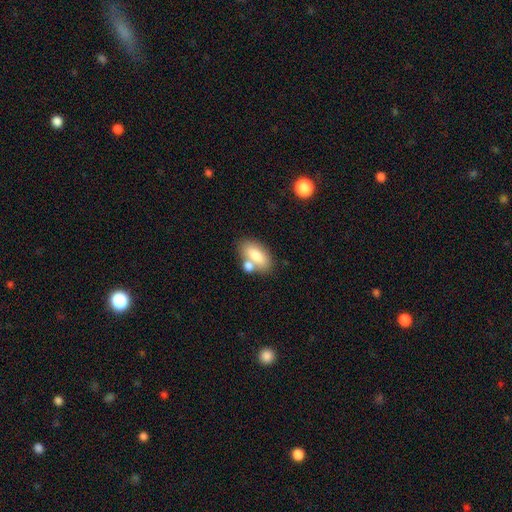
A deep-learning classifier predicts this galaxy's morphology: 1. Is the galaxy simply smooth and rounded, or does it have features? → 78% smooth, 15% featured or disk, 7% star or artifact.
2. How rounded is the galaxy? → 90% in between, 5% round, 5% cigar-shaped.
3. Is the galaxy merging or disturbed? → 55% none, 29% merger, 12% minor disturbance, 4% major disturbance.